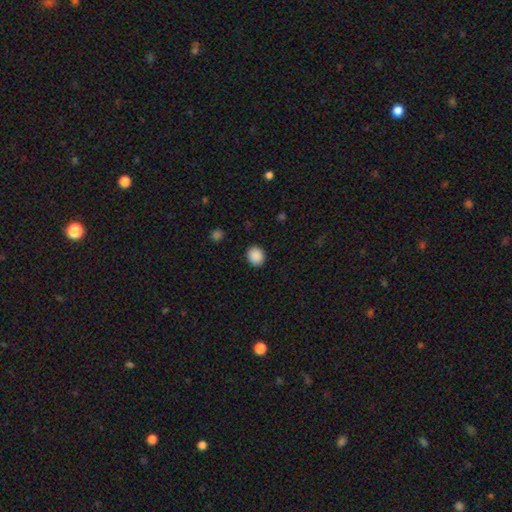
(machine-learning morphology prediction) type=smooth (89%); roundness=round (70%); merging=none (90%).